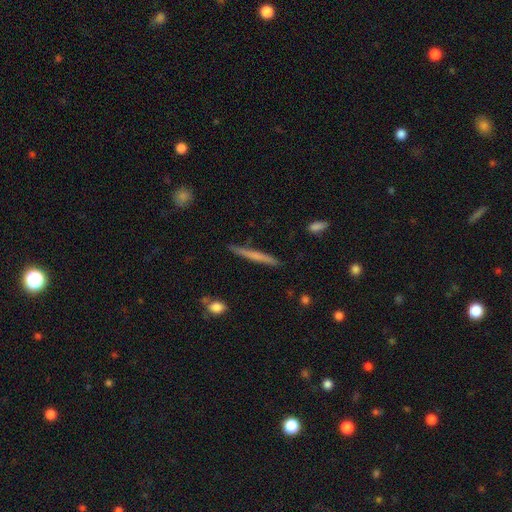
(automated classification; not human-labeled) Overall: smooth (53%; featured or disk 41%). How rounded: cigar-shaped (96%). Merging: none (88%).